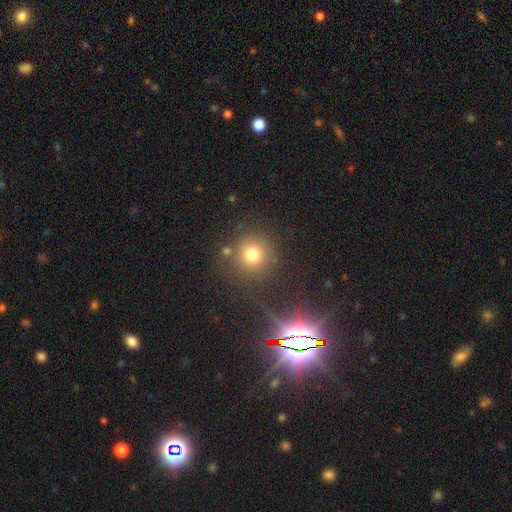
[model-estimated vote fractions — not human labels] This appears to be a smooth galaxy with no disk features (63%) that is round (94%). Merging: none (83%).